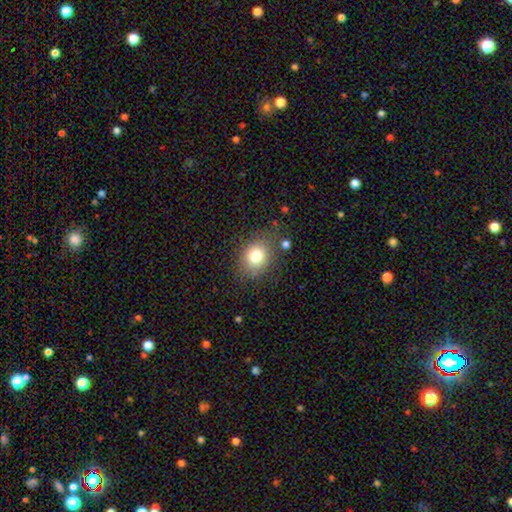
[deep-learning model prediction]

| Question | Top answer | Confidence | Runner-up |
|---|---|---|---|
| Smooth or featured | smooth | 79% | star or artifact (11%) |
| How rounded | round | 59% | in between (40%) |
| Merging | none | 76% | minor disturbance (15%) |